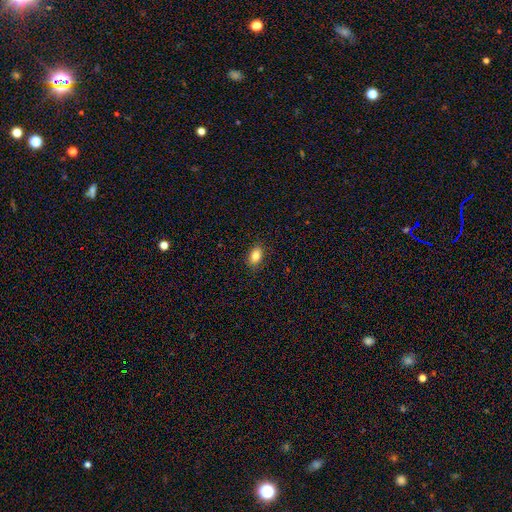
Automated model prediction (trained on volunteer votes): This is clearly a smooth galaxy (85%). How rounded: clearly in between (84%). Merging: clearly none (88%).